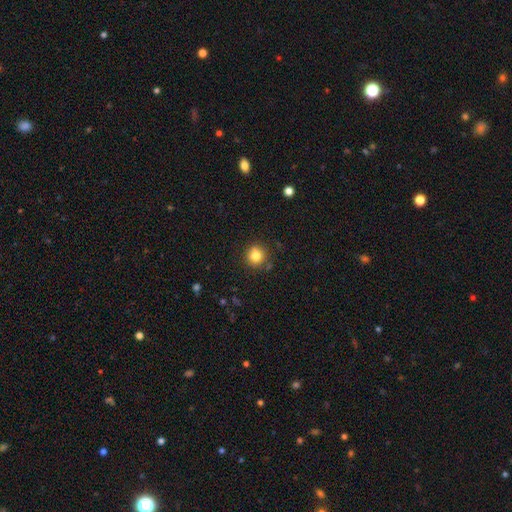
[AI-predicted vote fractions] Overall: smooth (82%). How rounded: round (93%). Merging: none (88%).